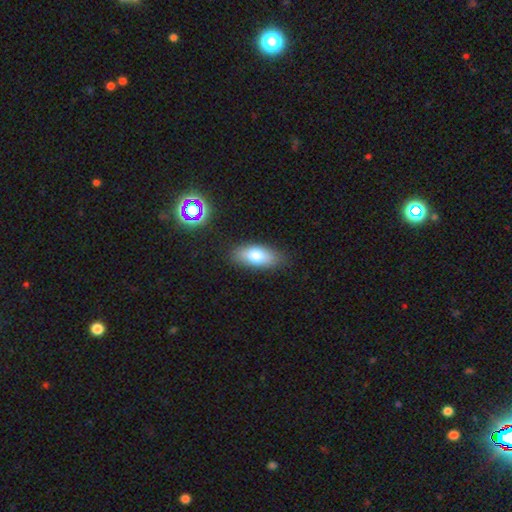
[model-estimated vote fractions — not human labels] Overall: smooth (75%). How rounded: in between (85%). Merging: none (84%).